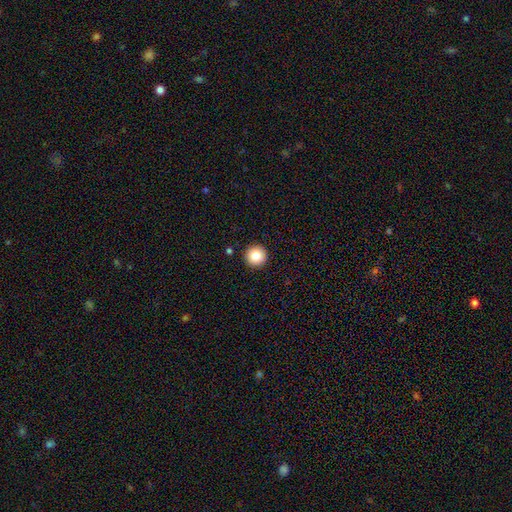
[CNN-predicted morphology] smooth_or_featured: smooth (p=0.84) [alt: star or artifact p=0.10]
how_rounded: round (p=0.97) [alt: in between p=0.02]
merging: none (p=0.92) [alt: minor disturbance p=0.05]